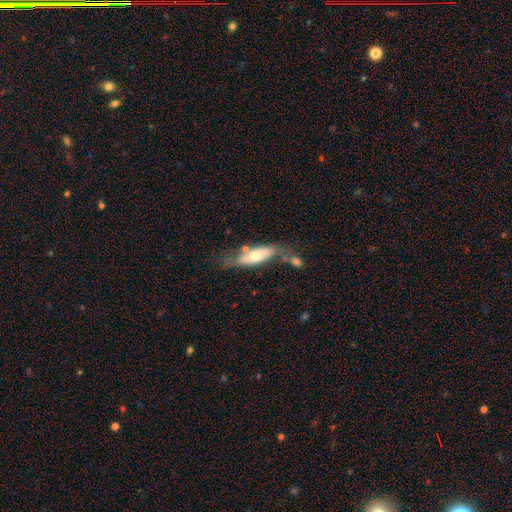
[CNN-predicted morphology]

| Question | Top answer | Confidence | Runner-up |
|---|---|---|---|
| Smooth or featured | smooth | 49% | featured or disk (45%) |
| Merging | none | 45% | minor disturbance (23%) |